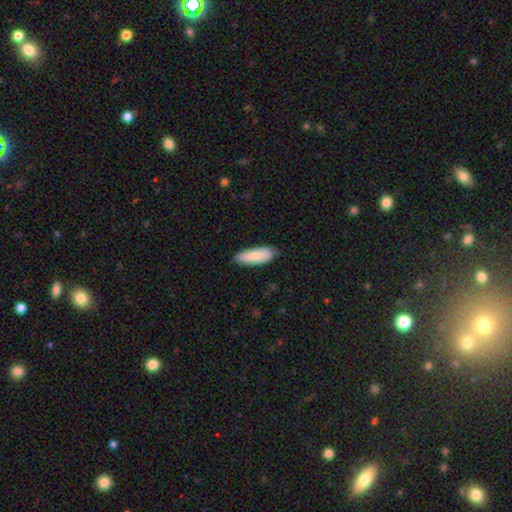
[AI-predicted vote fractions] smooth_or_featured: smooth (p=0.77) [alt: featured or disk p=0.17]
how_rounded: in between (p=0.69) [alt: cigar-shaped p=0.29]
merging: none (p=0.78) [alt: minor disturbance p=0.19]